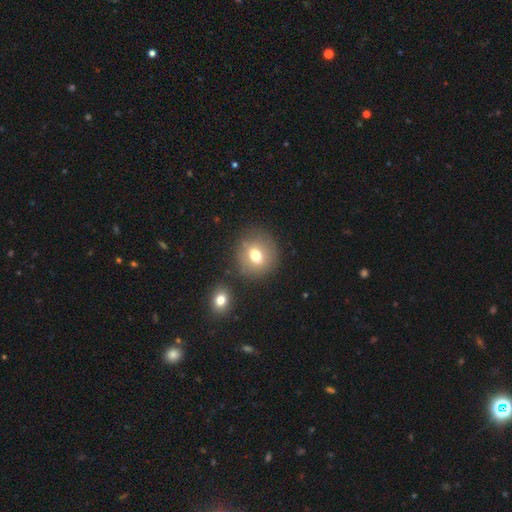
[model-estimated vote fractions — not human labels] The model was most divided on "smooth or featured": smooth: 67%, featured or disk: 21%, star or artifact: 11%. More confident: merging — none (79%); how rounded — round (76%).